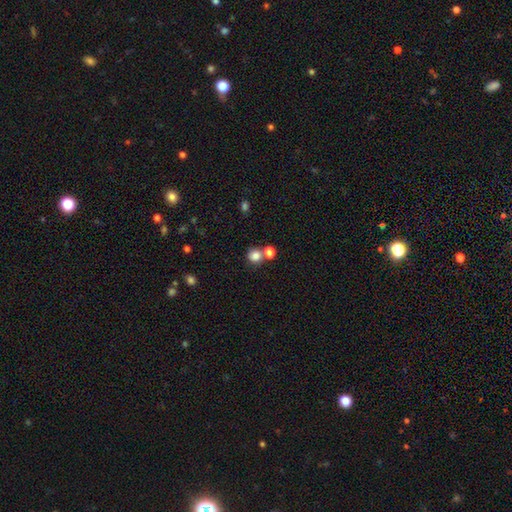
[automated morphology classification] A smooth galaxy with no disk features (82%) that is round (85%).

Vote fractions:
- Smooth or featured? smooth: 82% / star or artifact: 11% / featured or disk: 7%
- How rounded? round: 85% / in between: 14% / cigar-shaped: 1%
- Merging? none: 57% / merger: 32% / minor disturbance: 8% / major disturbance: 3%